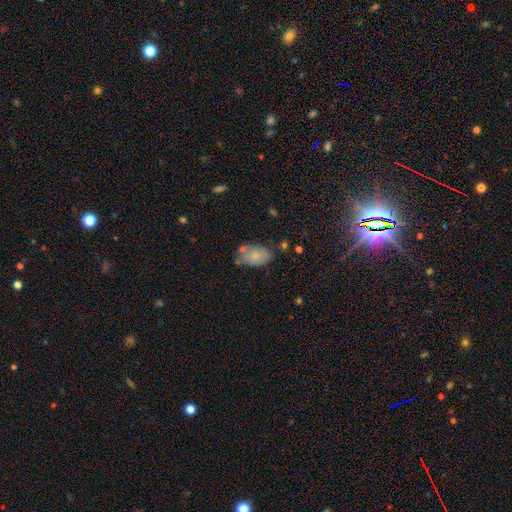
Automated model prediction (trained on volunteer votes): Q: Smooth or featured?
A: smooth (79%); runner-up: featured or disk (14%)
Q: How rounded?
A: in between (92%); runner-up: round (6%)
Q: Merging?
A: none (62%); runner-up: minor disturbance (23%)